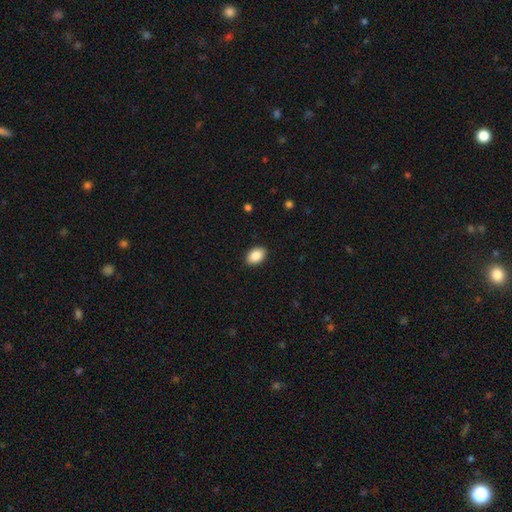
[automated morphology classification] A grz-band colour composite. It shows a smooth galaxy with no disk features (89%) that is in between round and cigar-shaped (88%). Merging: none (90%).